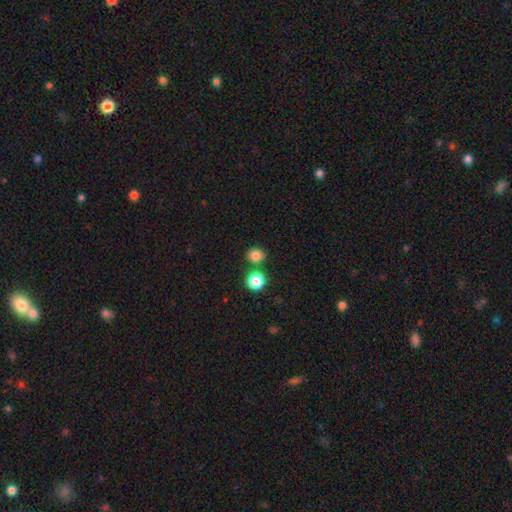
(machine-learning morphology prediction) Smooth or featured? Predicted: smooth (p=0.82). How rounded? Predicted: round (p=0.82). Merging? Predicted: none (p=0.78).